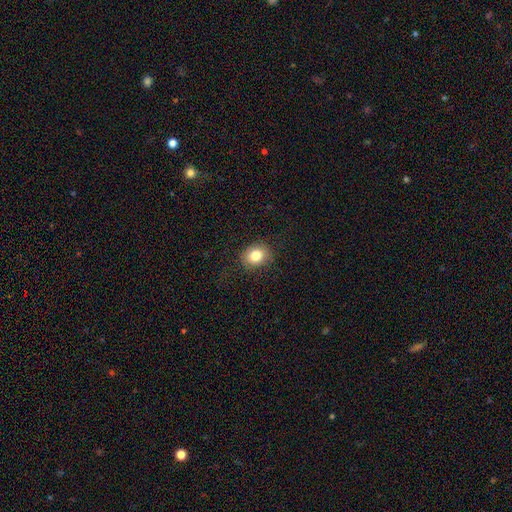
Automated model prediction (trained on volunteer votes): Smooth or featured: smooth — 82% (star or artifact — 10%)
How rounded: round — 58% (in between — 41%)
Merging: none — 86% (minor disturbance — 10%)